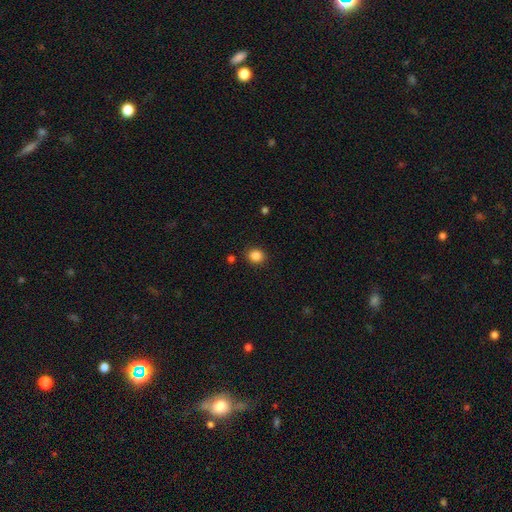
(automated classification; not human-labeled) smooth-or-featured: smooth: 86% | star or artifact: 11% | featured or disk: 3%
  how-rounded: round: 71% | in between: 28% | cigar-shaped: 1%
  merging: none: 88% | minor disturbance: 8% | major disturbance: 3% | merger: 2%